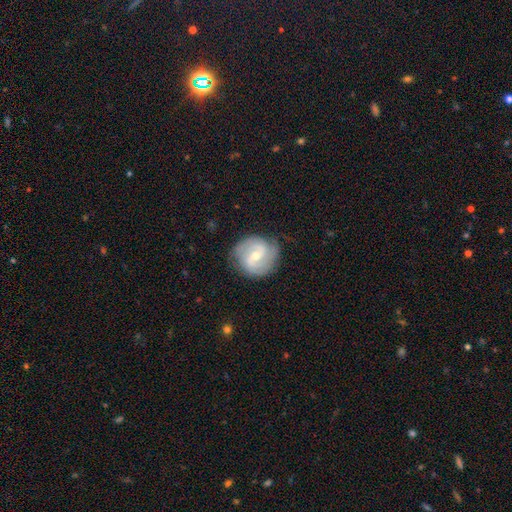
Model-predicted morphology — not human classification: featured or disk 82%, smooth 13%, star or artifact 5%. Down the decision tree: edge-on disk — no (98%); bar — weak (55%); spiral arms — yes (95%); spiral arm count — 2 (72%); spiral winding — tight (44%, tied with medium); bulge size — moderate (50%); merging — none (78%).